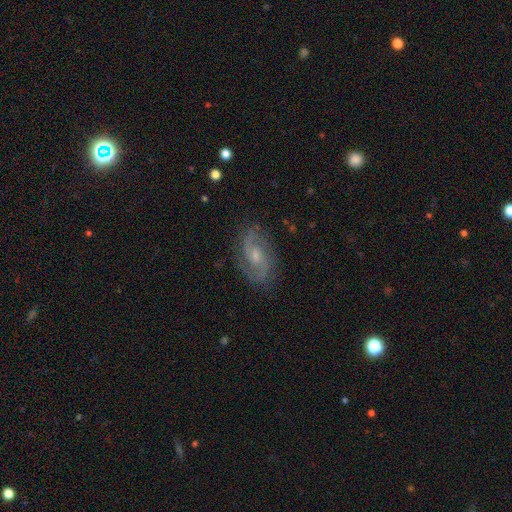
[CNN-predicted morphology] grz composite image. It shows a featured or disk galaxy (84%) with no bar (51%), 2 (86%) medium (53%) spiral arms (96%) and a small central bulge (52%). Merging: none (80%).